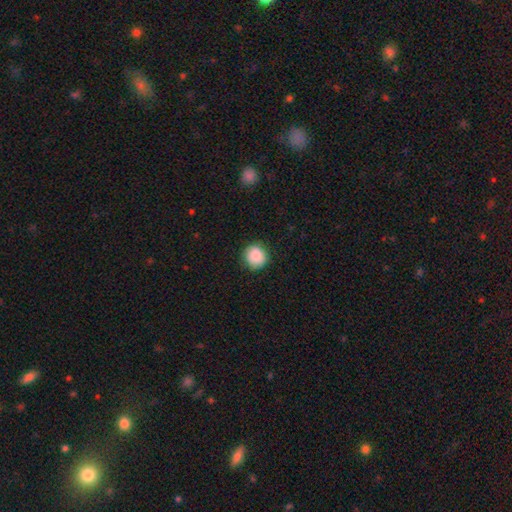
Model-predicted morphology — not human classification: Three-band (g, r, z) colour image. It shows a smooth galaxy with no disk features (87%) that is round (89%). Merging: none (86%).